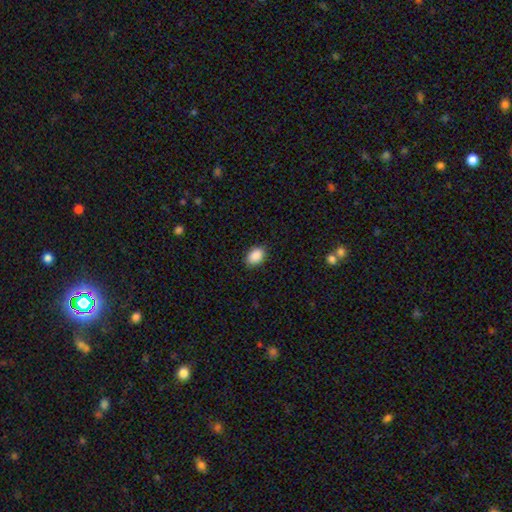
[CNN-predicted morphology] The model was most divided on "how rounded": in between: 81%, round: 18%, cigar-shaped: 1%. More confident: smooth or featured — smooth (90%); merging — none (86%).